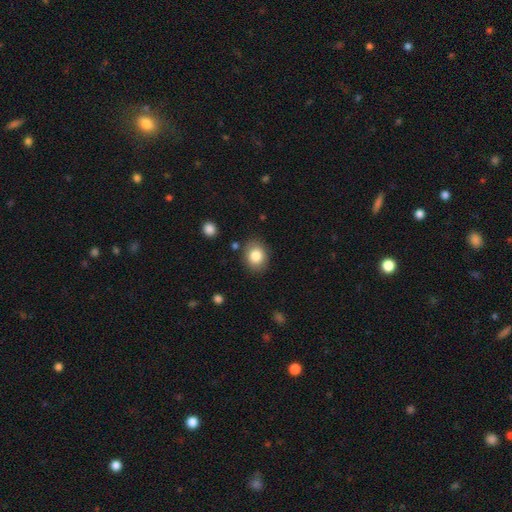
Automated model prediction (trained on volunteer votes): This is clearly a smooth galaxy (83%). How rounded: possibly round (54%). Merging: clearly none (84%).